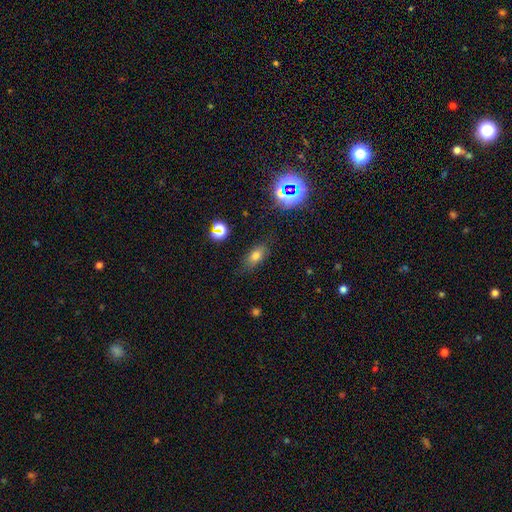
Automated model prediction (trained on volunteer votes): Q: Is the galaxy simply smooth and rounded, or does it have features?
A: smooth — 70%.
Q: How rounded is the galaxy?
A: in between — 78%.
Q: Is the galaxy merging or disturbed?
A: none — 80%.